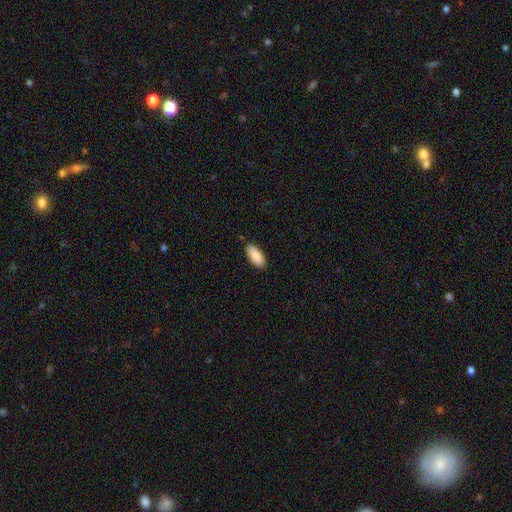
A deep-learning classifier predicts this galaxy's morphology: A smooth galaxy with no disk features (90%) that is in between round and cigar-shaped (90%).

Vote fractions:
- Smooth or featured? smooth: 90% / star or artifact: 6% / featured or disk: 4%
- How rounded? in between: 90% / cigar-shaped: 8% / round: 2%
- Merging? none: 86% / minor disturbance: 10% / major disturbance: 2% / merger: 1%